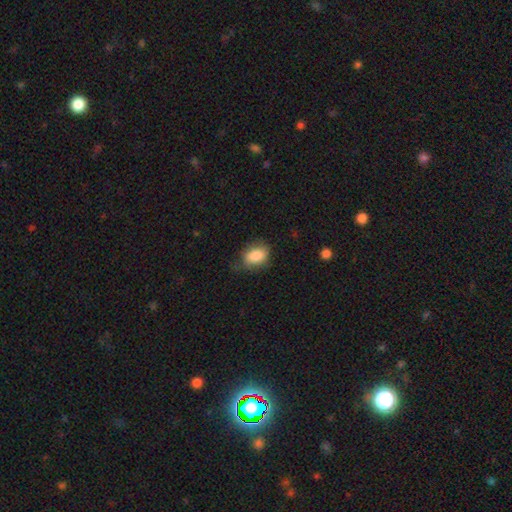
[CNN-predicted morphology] A smooth galaxy with no disk features (85%) that is in between round and cigar-shaped (81%).

Vote fractions:
- Smooth or featured? smooth: 85% / featured or disk: 8% / star or artifact: 7%
- How rounded? in between: 81% / round: 18% / cigar-shaped: 1%
- Merging? none: 65% / minor disturbance: 26% / major disturbance: 7% / merger: 1%